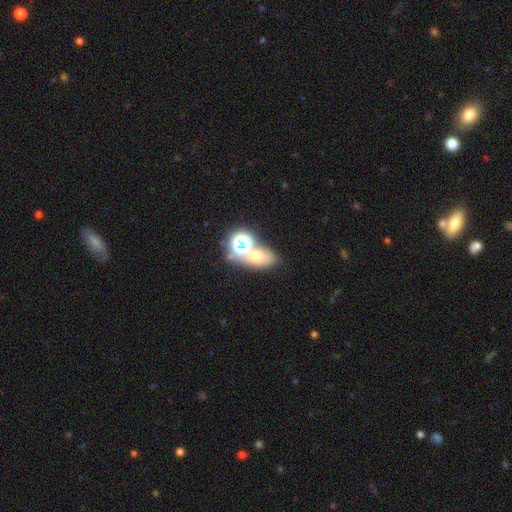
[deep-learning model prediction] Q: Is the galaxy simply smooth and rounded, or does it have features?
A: smooth — 47%.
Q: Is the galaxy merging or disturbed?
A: none — 45%.